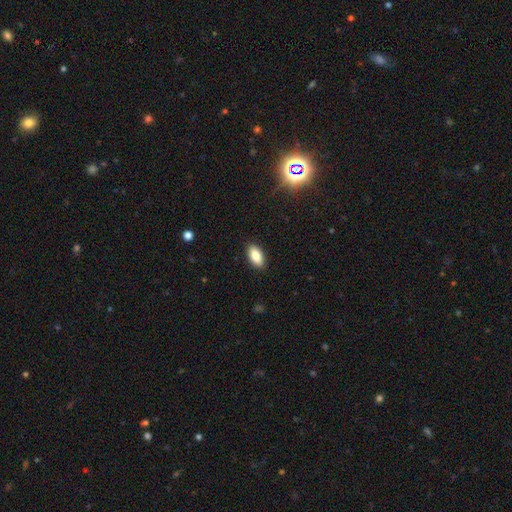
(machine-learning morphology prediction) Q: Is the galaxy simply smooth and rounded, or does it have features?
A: smooth — 84%.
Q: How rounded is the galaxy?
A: in between — 90%.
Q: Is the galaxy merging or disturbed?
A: none — 89%.